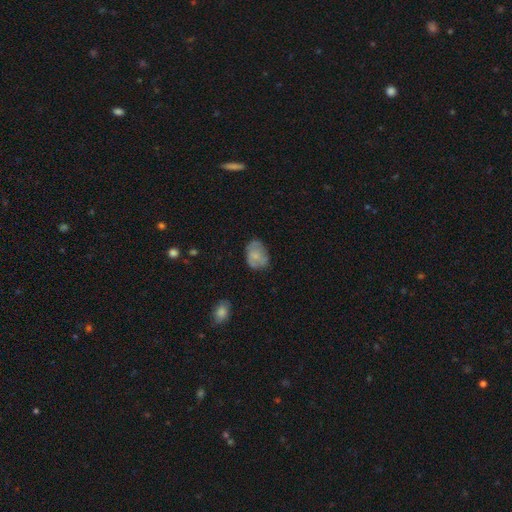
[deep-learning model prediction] The model was most divided on "merging": none: 62%, minor disturbance: 27%, major disturbance: 9%, merger: 2%. More confident: how rounded — in between (72%); smooth or featured — smooth (66%).